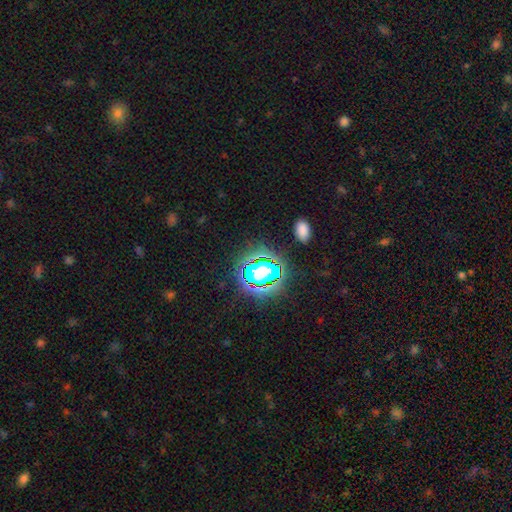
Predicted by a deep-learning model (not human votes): Smooth or featured? star or artifact (80%)